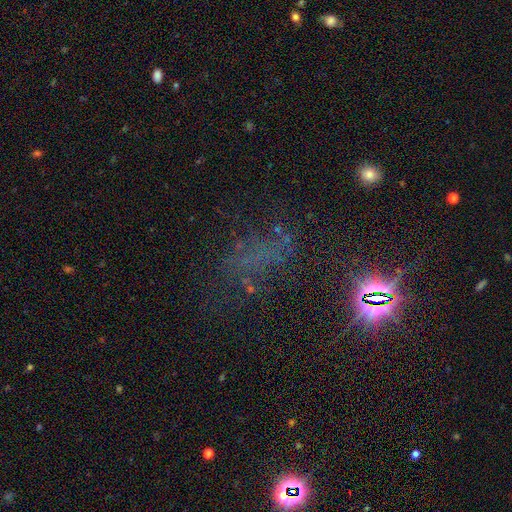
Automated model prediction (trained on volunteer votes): smooth-or-featured: star or artifact: 54% | smooth: 24% | featured or disk: 22%